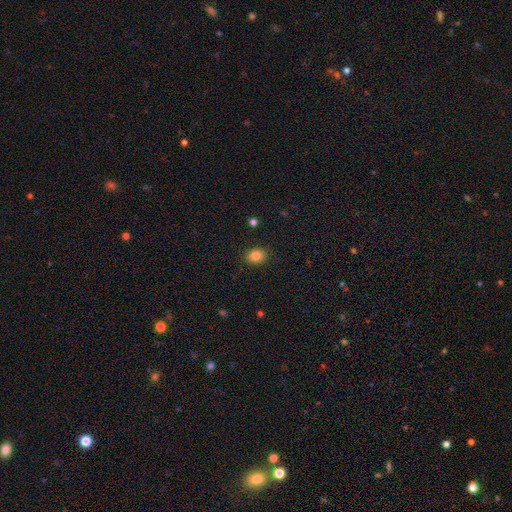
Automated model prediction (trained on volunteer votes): Smooth or featured? smooth (84%)
How rounded? in between (63%)
Merging? none (88%)